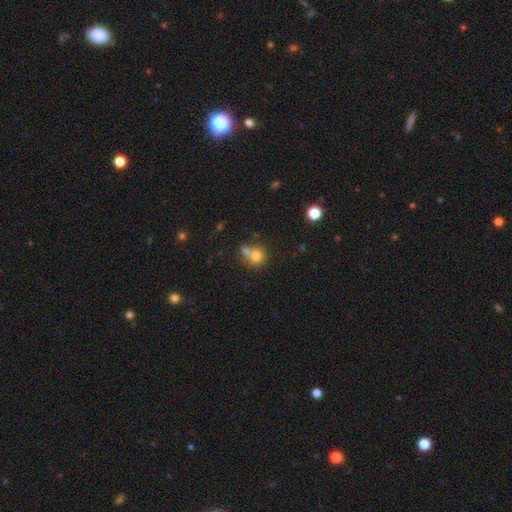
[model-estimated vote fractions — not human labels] Morphology: type=smooth (76%); roundness=round (81%); merging=merger (43%).